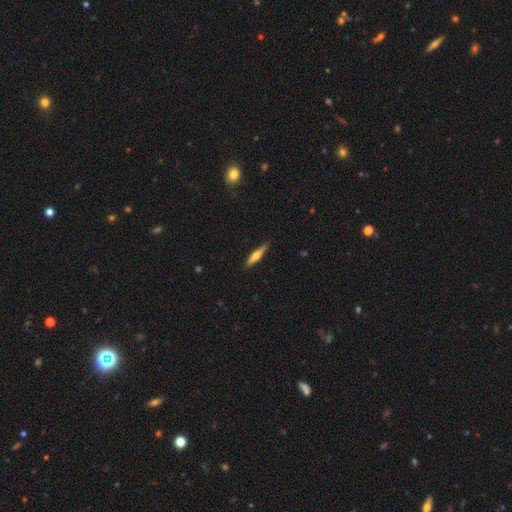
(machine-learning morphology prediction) This appears to be a smooth galaxy with no disk features (50%). Merging: none (87%).